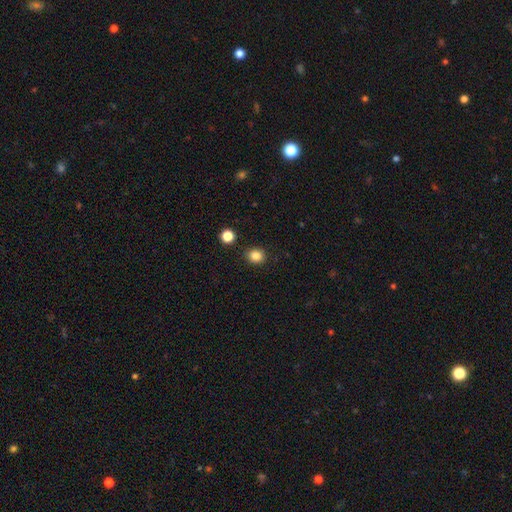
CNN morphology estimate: type=smooth (84%); roundness=round (77%); merging=none (89%).